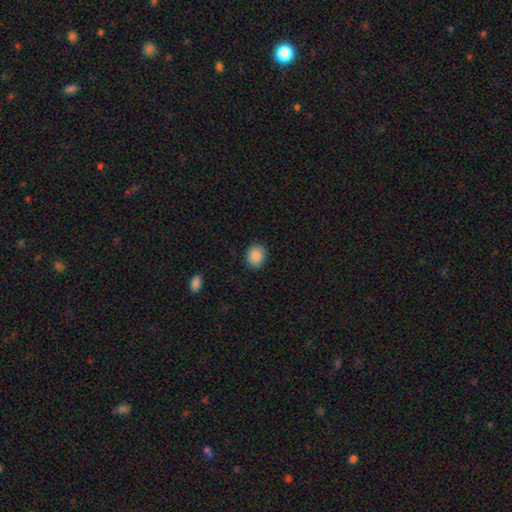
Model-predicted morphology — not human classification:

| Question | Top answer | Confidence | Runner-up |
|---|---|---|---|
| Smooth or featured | smooth | 88% | star or artifact (8%) |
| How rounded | round | 67% | in between (32%) |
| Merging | none | 89% | minor disturbance (8%) |